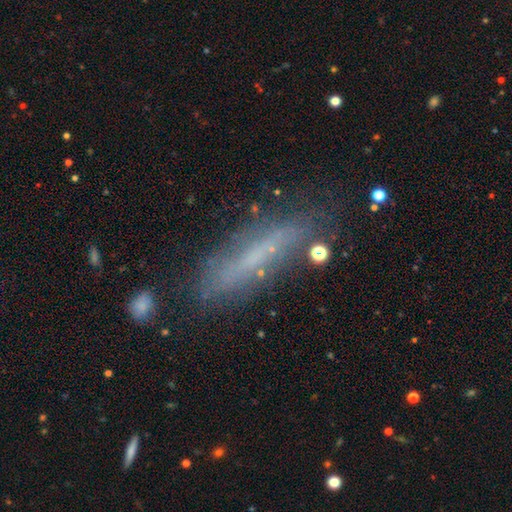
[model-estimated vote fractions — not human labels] featured or disk 48%, smooth 40%, star or artifact 12%. Down the decision tree: merging — none (72%).